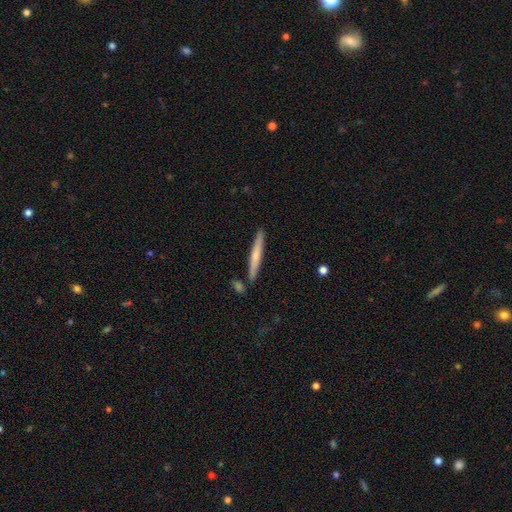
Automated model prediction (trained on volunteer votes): This is possibly a smooth galaxy (58%). How rounded: clearly cigar-shaped (96%). Merging: clearly none (85%).